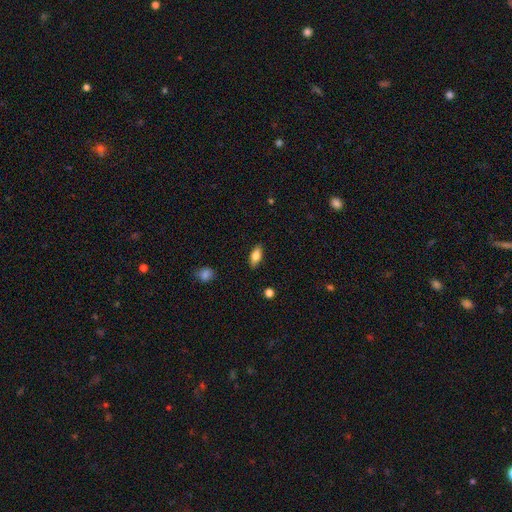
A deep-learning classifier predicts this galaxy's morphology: Smooth or featured?
  - smooth: 76% *
  - featured or disk: 16%
  - star or artifact: 7%
How rounded?
  - in between: 84% *
  - cigar-shaped: 12%
  - round: 4%
Merging?
  - none: 87% *
  - minor disturbance: 10%
  - major disturbance: 2%
  - merger: 1%